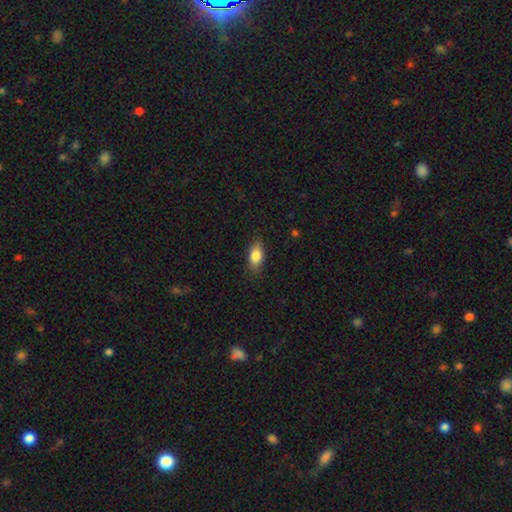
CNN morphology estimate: smooth-or-featured: smooth: 80% | featured or disk: 12% | star or artifact: 7%
  how-rounded: in between: 84% | cigar-shaped: 11% | round: 5%
  merging: none: 83% | minor disturbance: 13% | major disturbance: 3% | merger: 1%